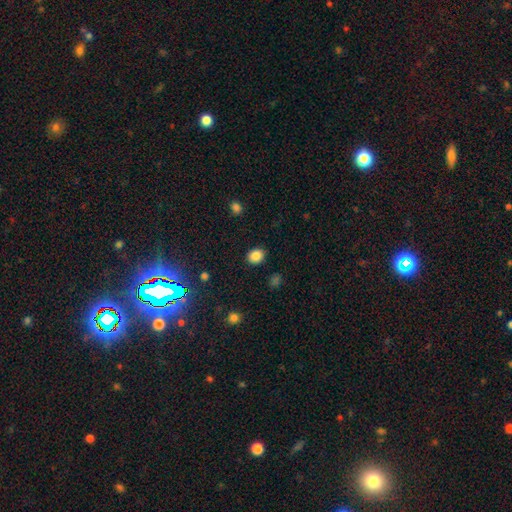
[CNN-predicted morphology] type=smooth (85%); roundness=round (65%); merging=none (89%).